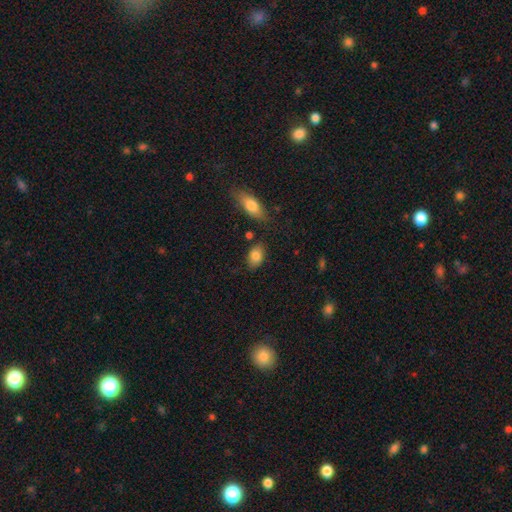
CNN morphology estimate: Smooth or featured?
  - smooth: 84% *
  - featured or disk: 9%
  - star or artifact: 7%
How rounded?
  - in between: 86% *
  - round: 12%
  - cigar-shaped: 2%
Merging?
  - none: 78% *
  - minor disturbance: 14%
  - merger: 5%
  - major disturbance: 3%